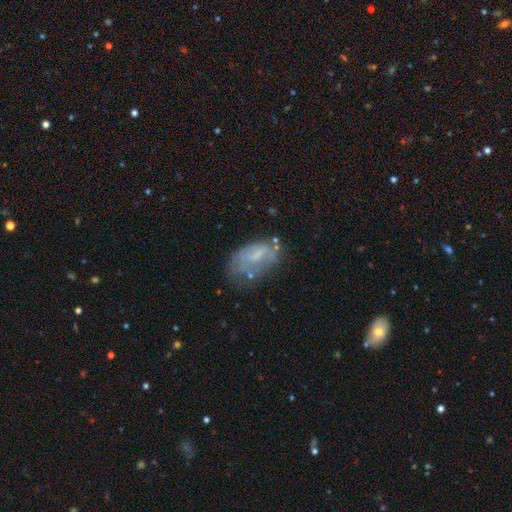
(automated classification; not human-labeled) Smooth or featured? Predicted: smooth (p=0.47). Merging? Predicted: none (p=0.43).